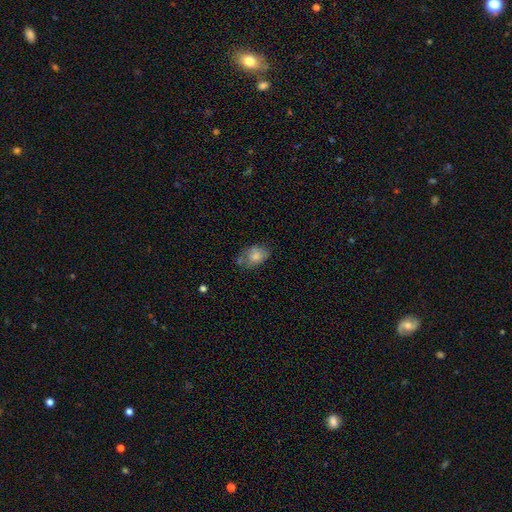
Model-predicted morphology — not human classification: Smooth or featured? smooth (74%)
How rounded? in between (79%)
Merging? none (48%)